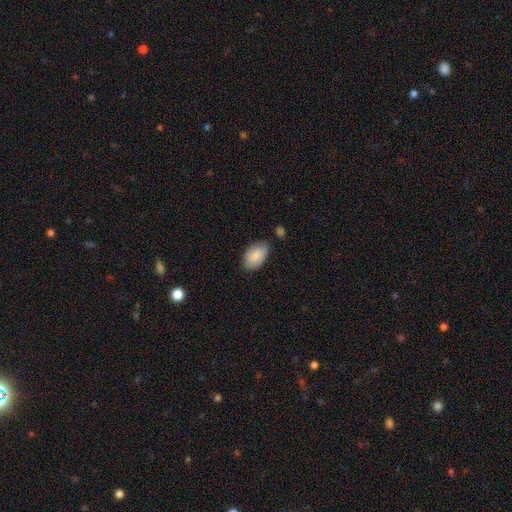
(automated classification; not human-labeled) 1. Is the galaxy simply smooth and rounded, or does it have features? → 85% smooth, 9% featured or disk, 6% star or artifact.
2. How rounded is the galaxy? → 93% in between, 5% round, 1% cigar-shaped.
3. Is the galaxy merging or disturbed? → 76% none, 18% minor disturbance, 3% major disturbance, 3% merger.